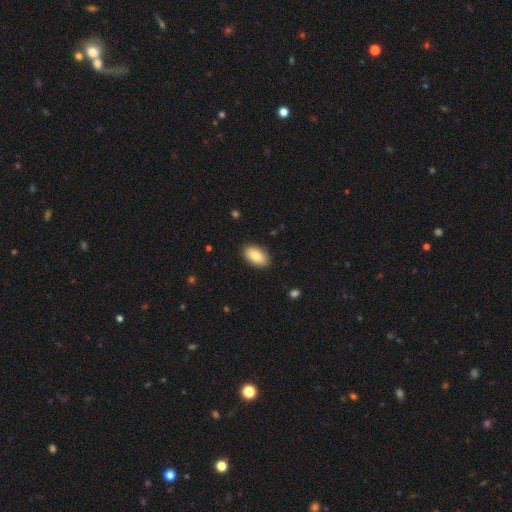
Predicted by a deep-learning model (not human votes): This appears to be a smooth galaxy with no disk features (83%) that is in between round and cigar-shaped (93%). Merging: none (89%).